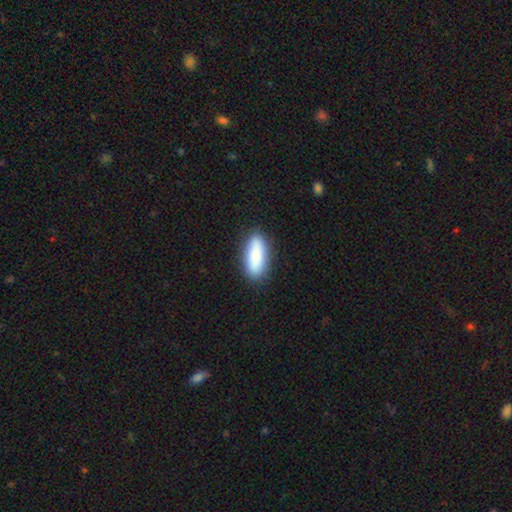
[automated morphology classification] This appears to be a smooth galaxy with no disk features (86%) that is in between round and cigar-shaped (70%). Merging: none (87%).